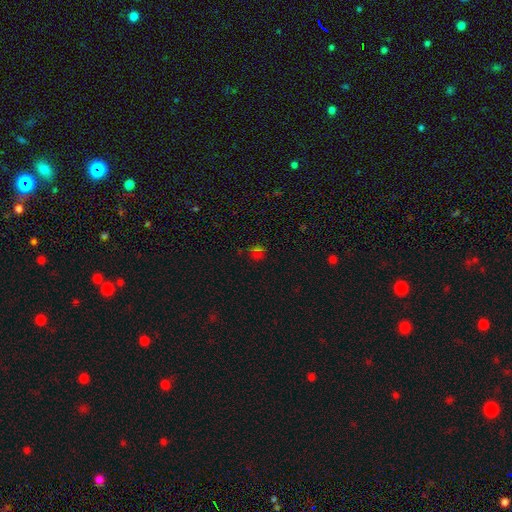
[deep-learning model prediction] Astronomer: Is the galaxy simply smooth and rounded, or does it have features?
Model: star or artifact — 47% (runner-up: smooth, 44%).